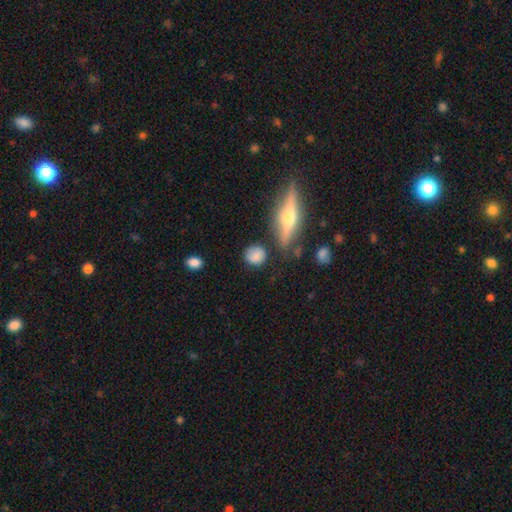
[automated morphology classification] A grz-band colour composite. It shows a smooth galaxy with no disk features (79%) that is round (71%). Merging: none (75%).